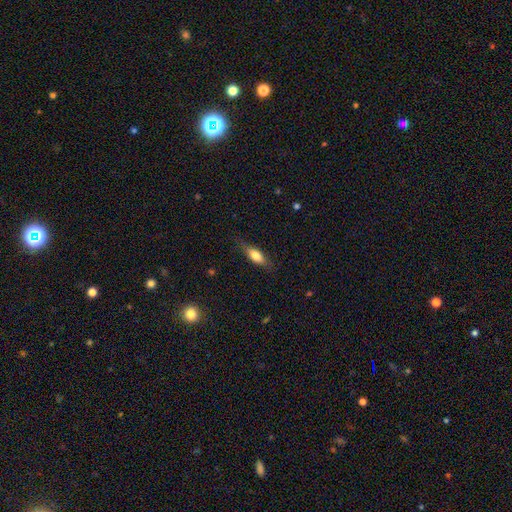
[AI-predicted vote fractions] A smooth galaxy with no disk features (69%) that is in between round and cigar-shaped (64%).

Vote fractions:
- Smooth or featured? smooth: 69% / featured or disk: 24% / star or artifact: 7%
- How rounded? in between: 64% / cigar-shaped: 33% / round: 3%
- Merging? none: 77% / minor disturbance: 17% / major disturbance: 4% / merger: 1%